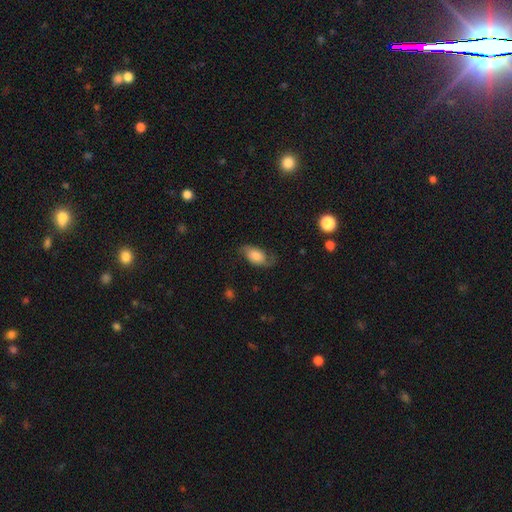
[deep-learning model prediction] The model was most divided on "smooth or featured": smooth: 49%, featured or disk: 43%, star or artifact: 8%. More confident: merging — none (63%).